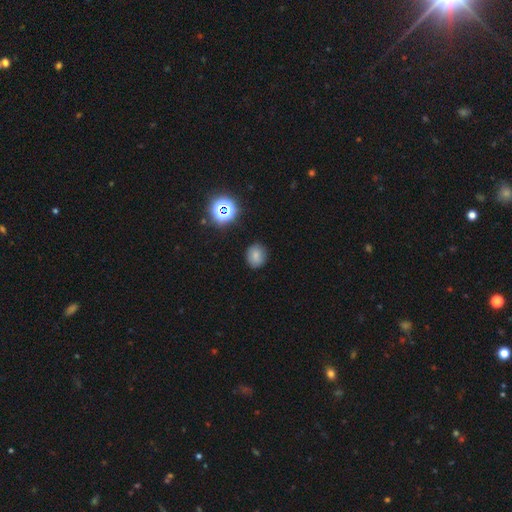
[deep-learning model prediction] This is likely a smooth galaxy (76%). How rounded: likely round (71%). Merging: clearly none (86%).